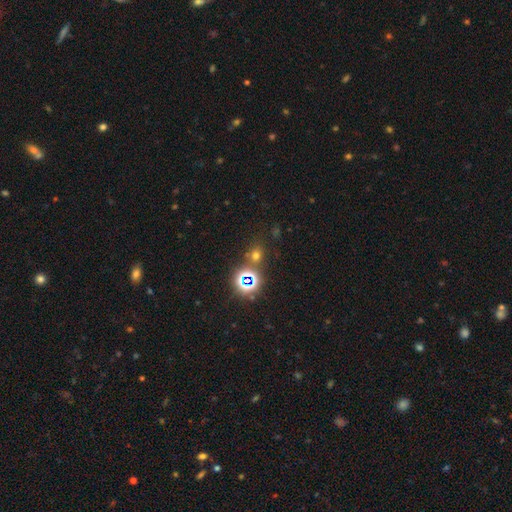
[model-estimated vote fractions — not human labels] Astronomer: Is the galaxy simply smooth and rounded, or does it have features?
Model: smooth — 54% (runner-up: star or artifact, 39%).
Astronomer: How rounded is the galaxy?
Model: round — 75%.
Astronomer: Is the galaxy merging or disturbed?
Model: none — 75%.